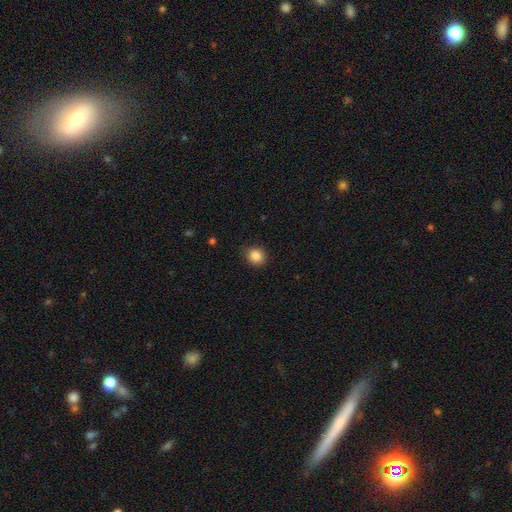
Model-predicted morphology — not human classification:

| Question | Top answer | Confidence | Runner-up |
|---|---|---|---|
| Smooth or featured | smooth | 86% | star or artifact (10%) |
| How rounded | round | 86% | in between (13%) |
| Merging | none | 87% | minor disturbance (9%) |